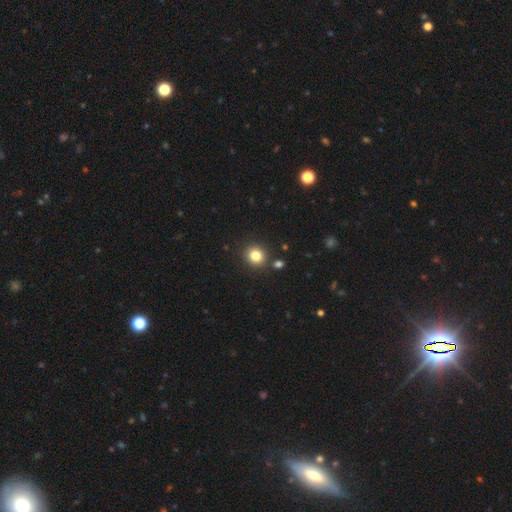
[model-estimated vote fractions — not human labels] A smooth galaxy with no disk features (82%) that is round (86%). Merging: none (87%).